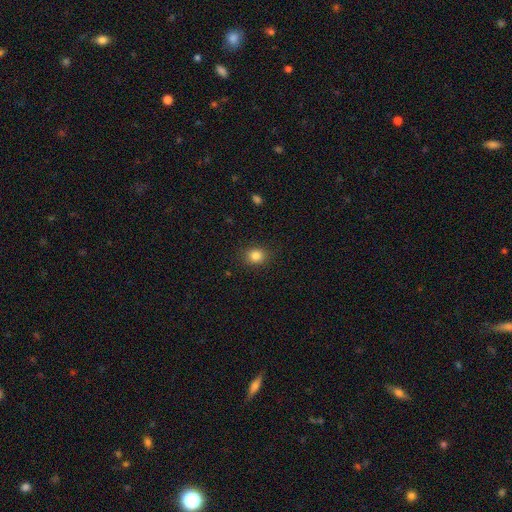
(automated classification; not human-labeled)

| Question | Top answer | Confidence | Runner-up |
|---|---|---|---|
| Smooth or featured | smooth | 84% | star or artifact (11%) |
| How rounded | round | 65% | in between (35%) |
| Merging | none | 88% | minor disturbance (9%) |